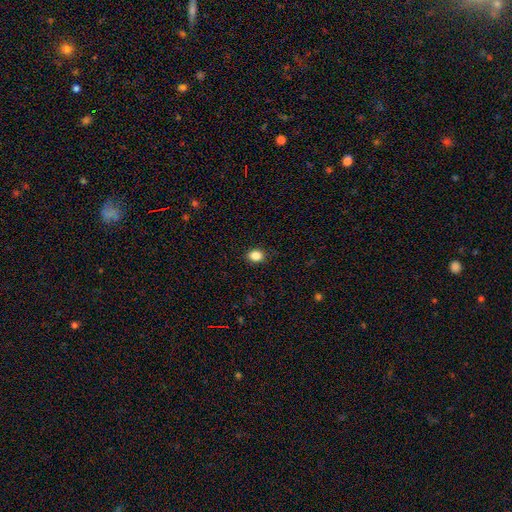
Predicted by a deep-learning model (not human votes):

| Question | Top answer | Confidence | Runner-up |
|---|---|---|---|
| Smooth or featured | smooth | 85% | star or artifact (10%) |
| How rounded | in between | 50% | round (49%) |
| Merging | none | 89% | minor disturbance (8%) |